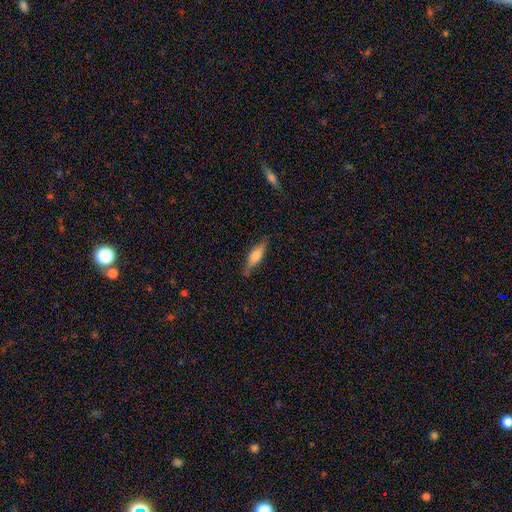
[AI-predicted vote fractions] Smooth or featured? smooth (52%)
How rounded? cigar-shaped (64%)
Merging? none (82%)